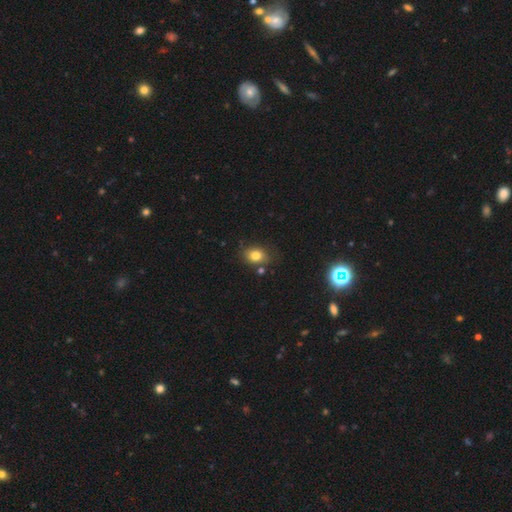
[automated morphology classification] This is likely a smooth galaxy (80%). How rounded: possibly in between (55%). Merging: likely none (73%).